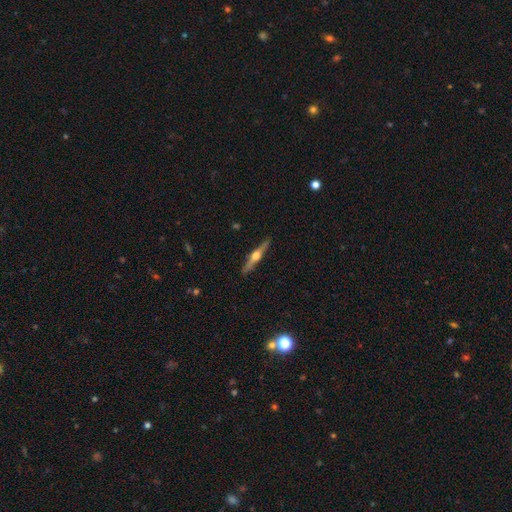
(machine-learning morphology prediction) A featured or disk galaxy (74%) viewed edge-on (98%) with a rounded central bulge (95%).

Vote fractions:
- Smooth or featured? featured or disk: 74% / smooth: 21% / star or artifact: 5%
- Edge-on disk? yes: 98% / no: 2%
- Edge-on bulge? rounded: 95% / boxy: 3% / none: 2%
- Merging? none: 90% / minor disturbance: 7% / major disturbance: 1% / merger: 1%